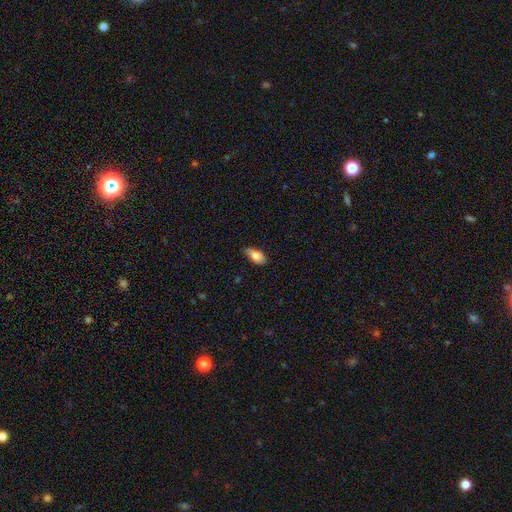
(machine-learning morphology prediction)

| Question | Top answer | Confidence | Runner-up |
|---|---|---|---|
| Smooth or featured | smooth | 82% | featured or disk (11%) |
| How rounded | in between | 89% | cigar-shaped (7%) |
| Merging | none | 67% | minor disturbance (27%) |